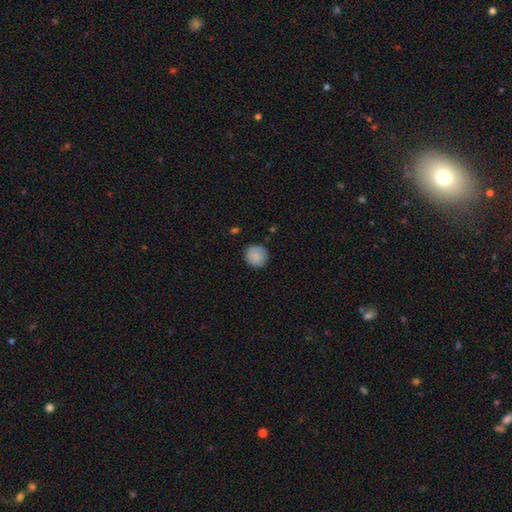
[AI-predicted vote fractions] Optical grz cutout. It shows a smooth galaxy with no disk features (88%) that is round (91%). Merging: none (87%).